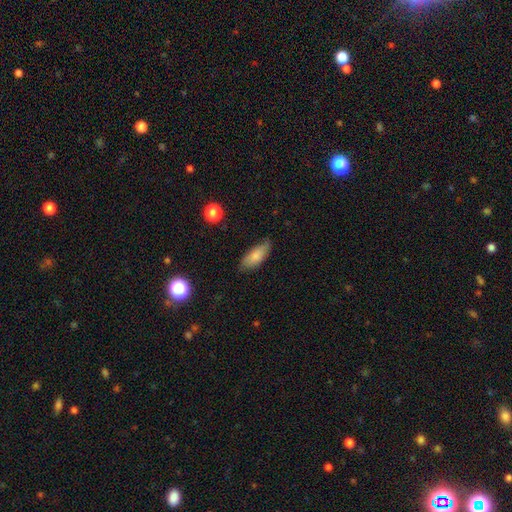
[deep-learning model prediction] Morphology: type=smooth (79%); roundness=in between (79%); merging=none (69%).